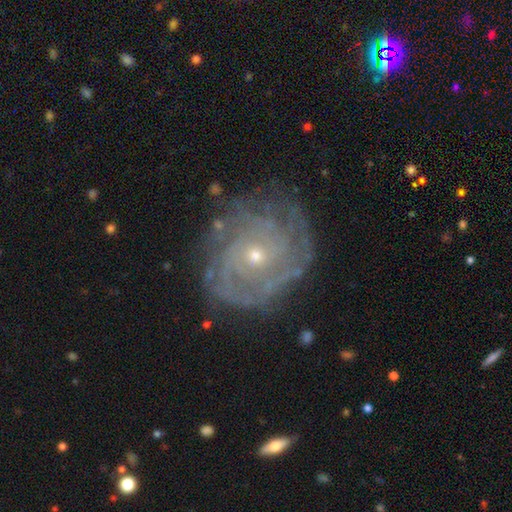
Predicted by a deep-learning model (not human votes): smooth_or_featured: featured or disk (p=0.85) [alt: smooth p=0.09]
disk_edge_on: no (p=0.97) [alt: yes p=0.03]
bar: no (p=0.82) [alt: weak p=0.14]
has_spiral_arms: yes (p=0.92) [alt: no p=0.08]
spiral_winding: tight (p=0.76) [alt: medium p=0.19]
spiral_arm_count: can't tell (p=0.37) [alt: 3 p=0.16]
bulge_size: small (p=0.71) [alt: moderate p=0.26]
merging: none (p=0.73) [alt: minor disturbance p=0.18]